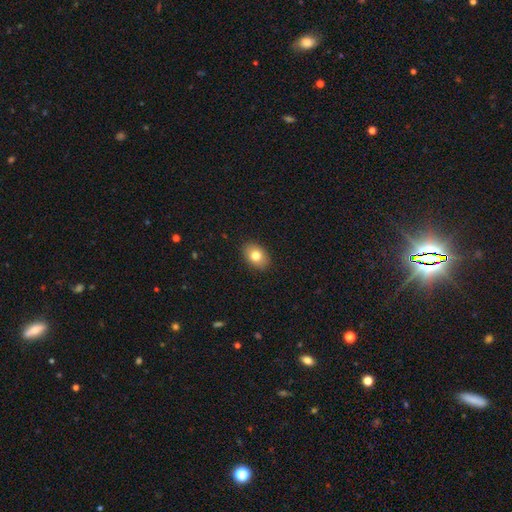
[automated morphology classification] Smooth or featured? smooth (80%)
How rounded? in between (77%)
Merging? none (89%)